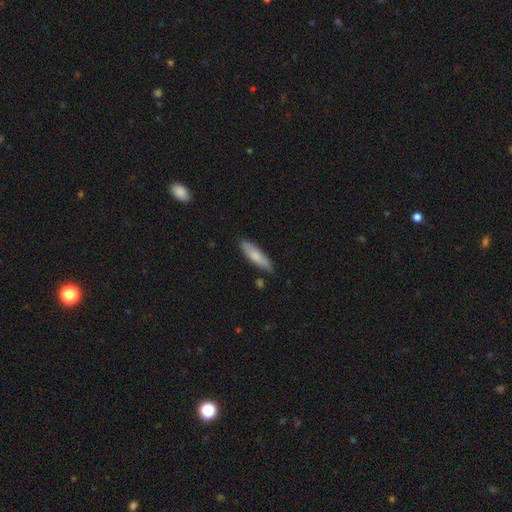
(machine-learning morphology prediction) Smooth or featured: smooth — 78% (featured or disk — 16%)
How rounded: cigar-shaped — 69% (in between — 29%)
Merging: none — 83% (minor disturbance — 13%)